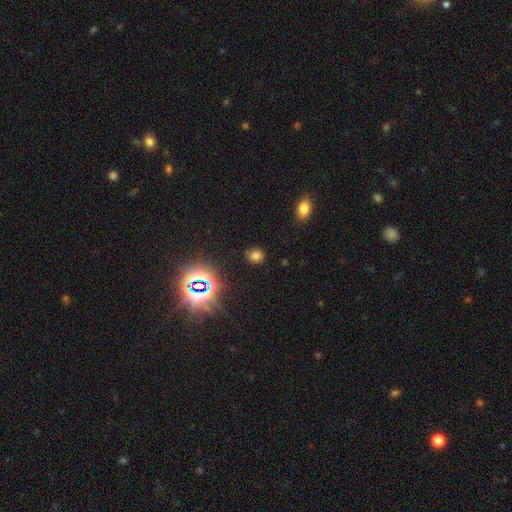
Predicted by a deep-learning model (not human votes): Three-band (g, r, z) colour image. It shows a smooth galaxy with no disk features (65%) that is round (73%). Merging: none (84%).